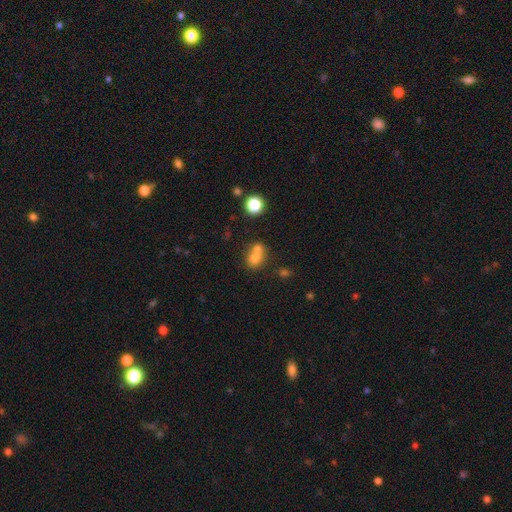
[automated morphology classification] smooth_or_featured: smooth (p=0.72) [alt: featured or disk p=0.15]
how_rounded: round (p=0.57) [alt: in between p=0.42]
merging: merger (p=0.58) [alt: none p=0.31]